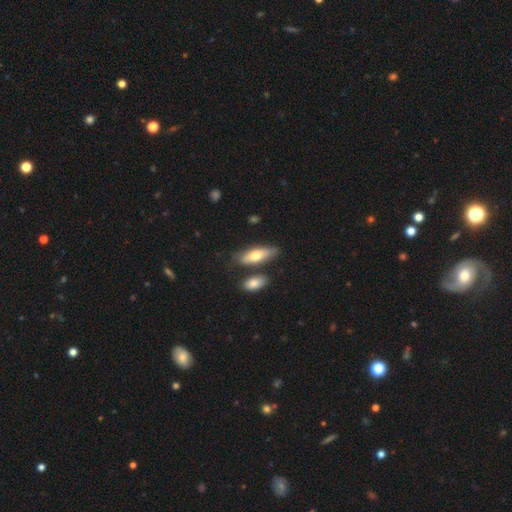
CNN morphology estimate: A smooth galaxy with no disk features (65%) that is in between round and cigar-shaped (60%). Merging: none (69%).